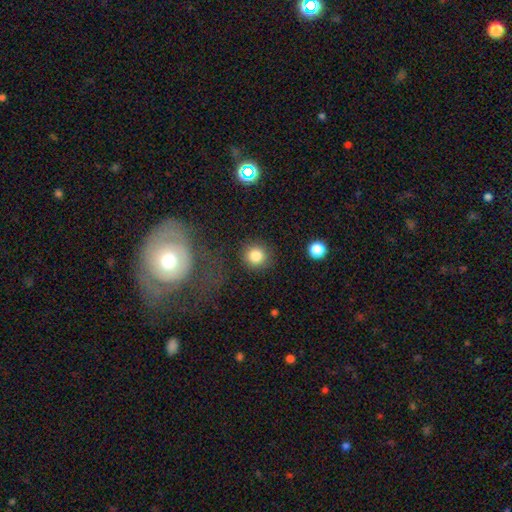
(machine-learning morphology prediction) The model was most divided on "smooth or featured": smooth: 83%, star or artifact: 10%, featured or disk: 6%. More confident: how rounded — round (92%); merging — none (86%).